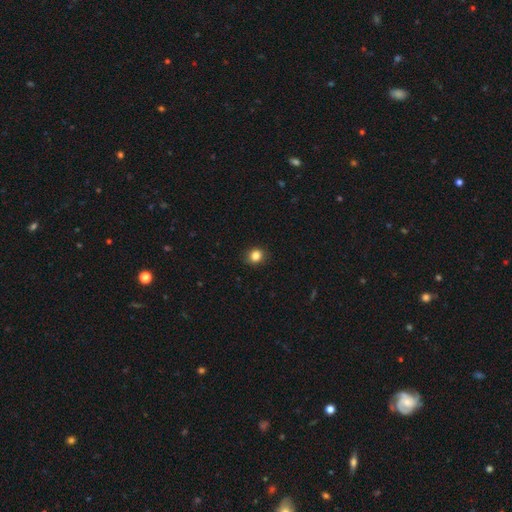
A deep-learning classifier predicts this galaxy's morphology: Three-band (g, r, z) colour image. It shows a smooth galaxy with no disk features (85%) that is round (76%). Merging: none (88%).